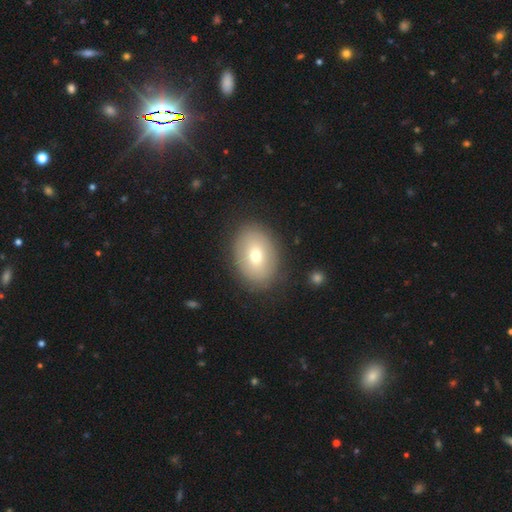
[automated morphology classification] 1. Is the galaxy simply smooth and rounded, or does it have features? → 66% smooth, 27% featured or disk, 8% star or artifact.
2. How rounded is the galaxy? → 78% in between, 21% round, 1% cigar-shaped.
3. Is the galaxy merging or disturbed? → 85% none, 10% minor disturbance, 4% major disturbance, 1% merger.